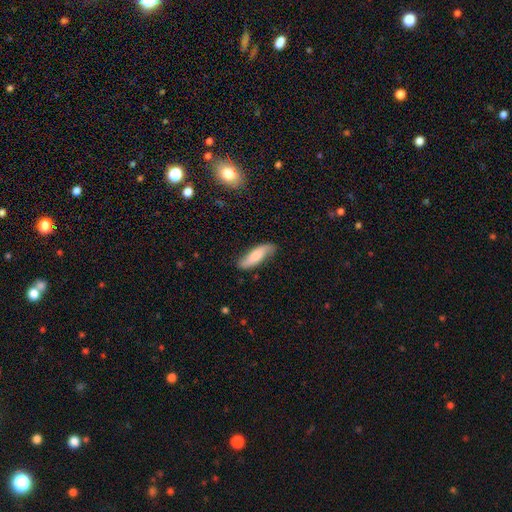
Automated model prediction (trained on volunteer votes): smooth 60%, featured or disk 34%, star or artifact 6%. Down the decision tree: how rounded — in between (50%); merging — none (76%).